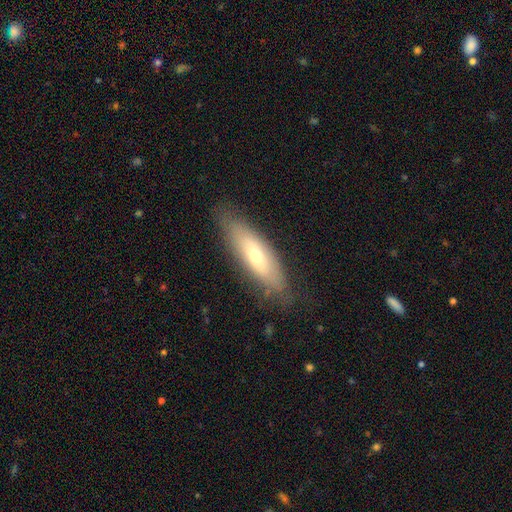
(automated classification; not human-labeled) smooth_or_featured: smooth (p=0.53) [alt: featured or disk p=0.40]
how_rounded: cigar-shaped (p=0.52) [alt: in between p=0.46]
merging: none (p=0.80) [alt: minor disturbance p=0.15]